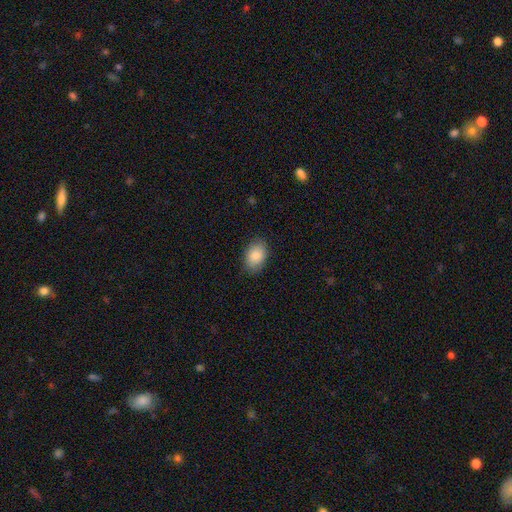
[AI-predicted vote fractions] Smooth or featured: smooth — 86% (star or artifact — 7%)
How rounded: in between — 84% (round — 14%)
Merging: none — 86% (minor disturbance — 11%)